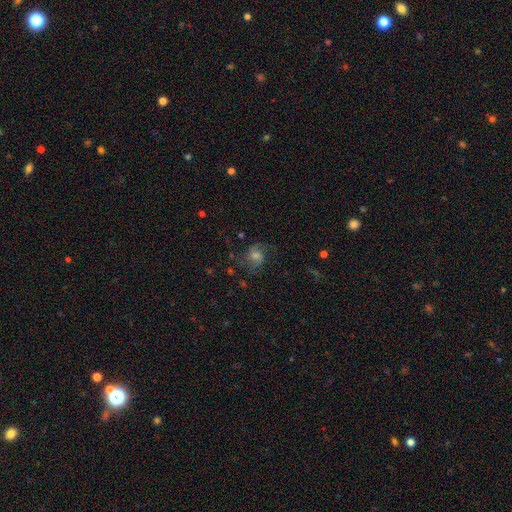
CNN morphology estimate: Overall: featured or disk (50%; smooth 32%). Merging: none (64%).